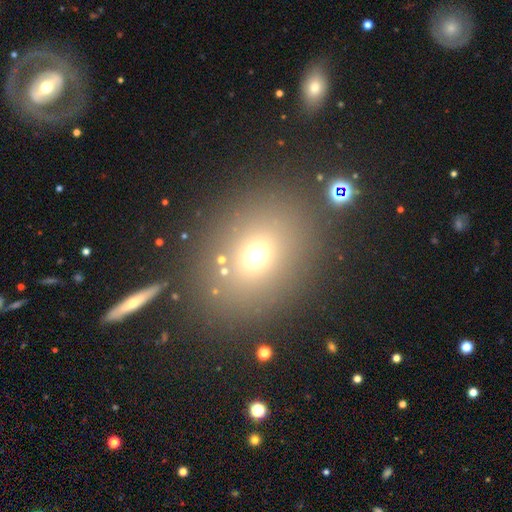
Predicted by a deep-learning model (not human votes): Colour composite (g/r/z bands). It shows a smooth galaxy with no disk features (66%) that is round (55%). Merging: none (77%).